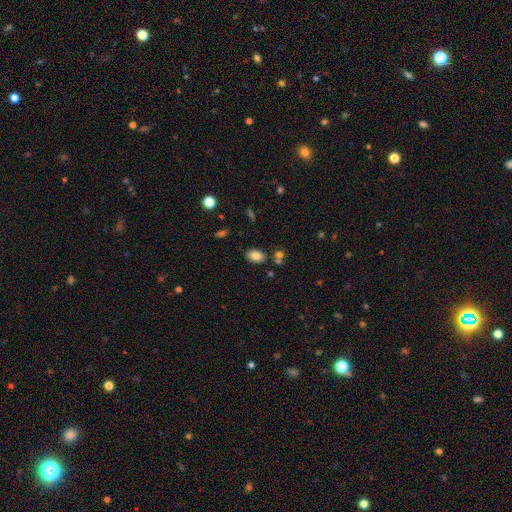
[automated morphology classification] A smooth galaxy with no disk features (83%) that is in between round and cigar-shaped (87%). Merging: none (80%).